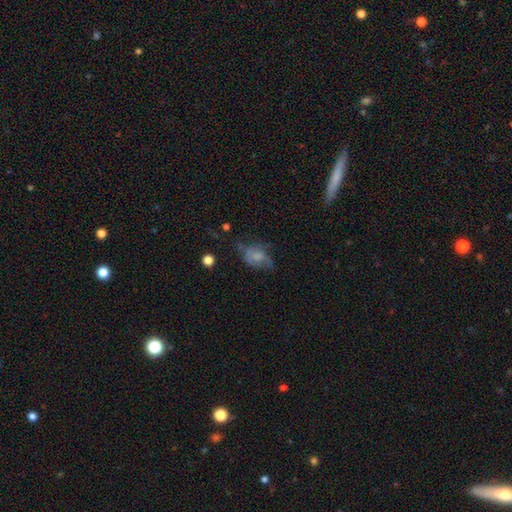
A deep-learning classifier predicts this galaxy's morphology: This is possibly a smooth galaxy (52%). How rounded: likely in between (79%). Merging: marginally none (36%).